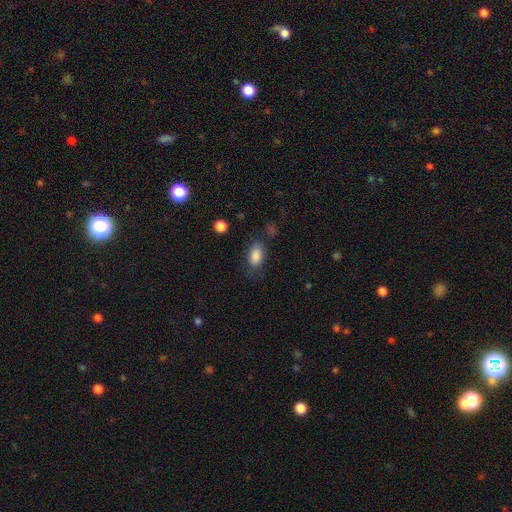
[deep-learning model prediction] Smooth or featured? Predicted: smooth (p=0.86). How rounded? Predicted: in between (p=0.89). Merging? Predicted: none (p=0.70).